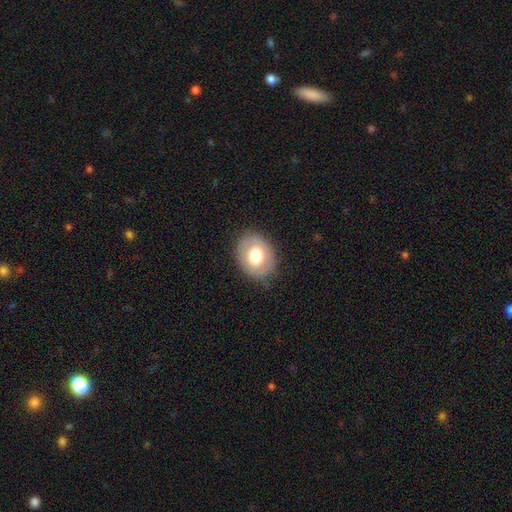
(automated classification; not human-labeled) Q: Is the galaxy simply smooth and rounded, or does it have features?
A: smooth — 68%.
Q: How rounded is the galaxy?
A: in between — 58%.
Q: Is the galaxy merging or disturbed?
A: none — 85%.